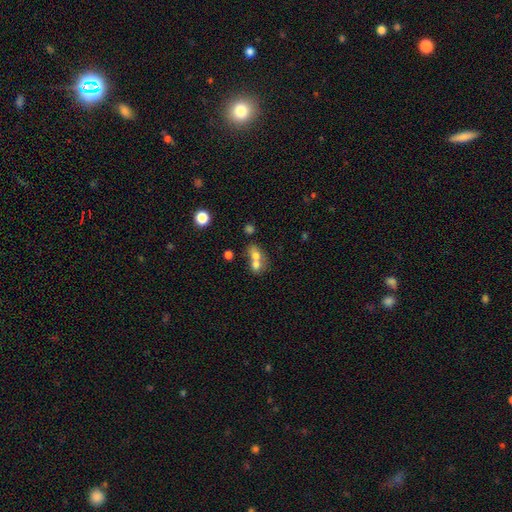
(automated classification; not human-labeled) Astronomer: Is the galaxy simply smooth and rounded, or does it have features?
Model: smooth — 69%.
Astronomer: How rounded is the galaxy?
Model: in between — 53% (runner-up: round, 45%).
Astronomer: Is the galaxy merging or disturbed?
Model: merger — 70%.